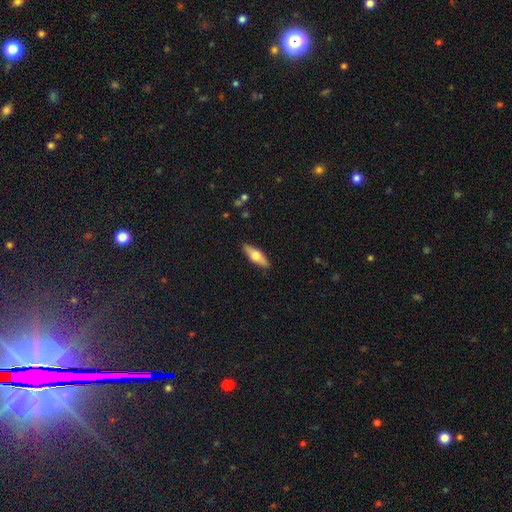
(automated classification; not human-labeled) Overall: smooth (53%; featured or disk 41%). How rounded: in between (54%; cigar-shaped 44%). Merging: none (89%).